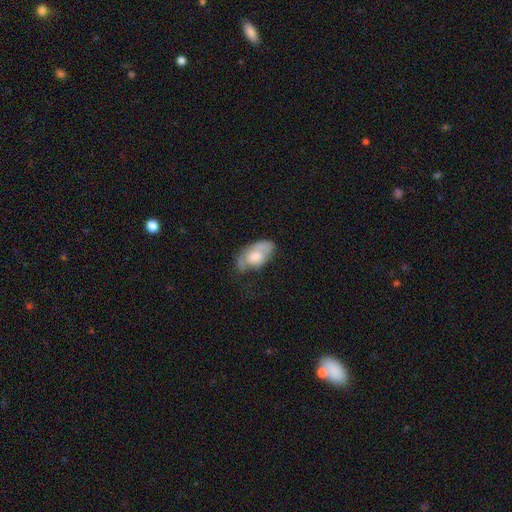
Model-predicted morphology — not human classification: smooth-or-featured: smooth: 54% | featured or disk: 40% | star or artifact: 6%
  how-rounded: in between: 92% | round: 5% | cigar-shaped: 3%
  merging: none: 42% | minor disturbance: 34% | major disturbance: 21% | merger: 3%